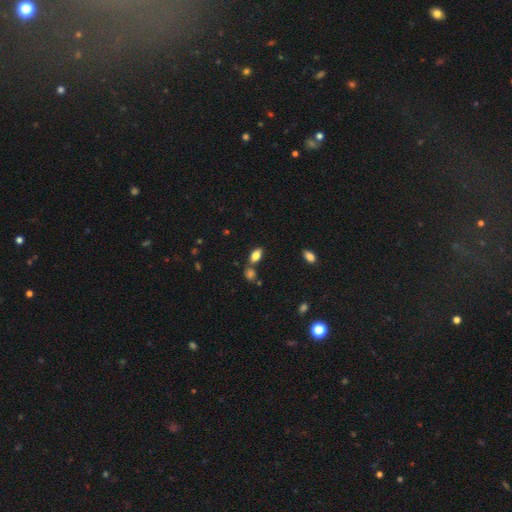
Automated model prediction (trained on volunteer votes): A smooth galaxy with no disk features (81%) that is in between round and cigar-shaped (89%).

Vote fractions:
- Smooth or featured? smooth: 81% / featured or disk: 10% / star or artifact: 9%
- How rounded? in between: 89% / cigar-shaped: 6% / round: 5%
- Merging? none: 67% / merger: 17% / minor disturbance: 12% / major disturbance: 3%